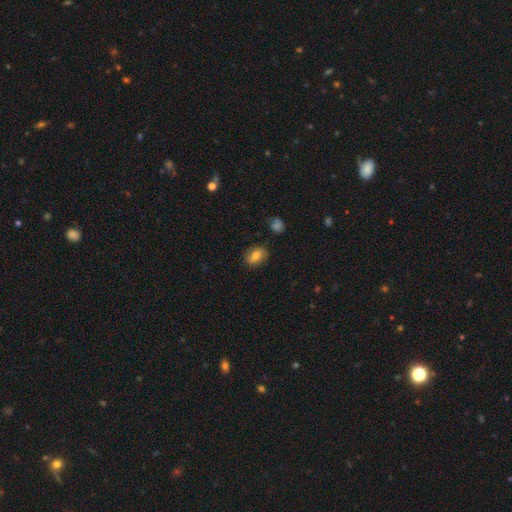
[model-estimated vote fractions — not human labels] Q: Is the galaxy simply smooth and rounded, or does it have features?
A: smooth — 74%.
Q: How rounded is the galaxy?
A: in between — 75%.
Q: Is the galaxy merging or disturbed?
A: none — 80%.